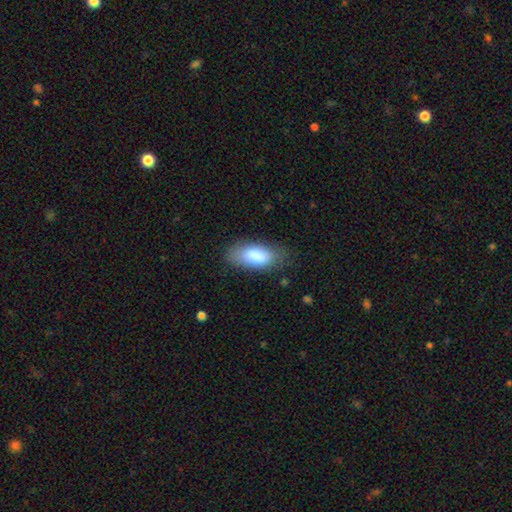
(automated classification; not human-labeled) A smooth galaxy with no disk features (86%) that is in between round and cigar-shaped (89%).

Vote fractions:
- Smooth or featured? smooth: 86% / featured or disk: 8% / star or artifact: 6%
- How rounded? in between: 89% / cigar-shaped: 9% / round: 2%
- Merging? none: 76% / minor disturbance: 18% / major disturbance: 5% / merger: 1%